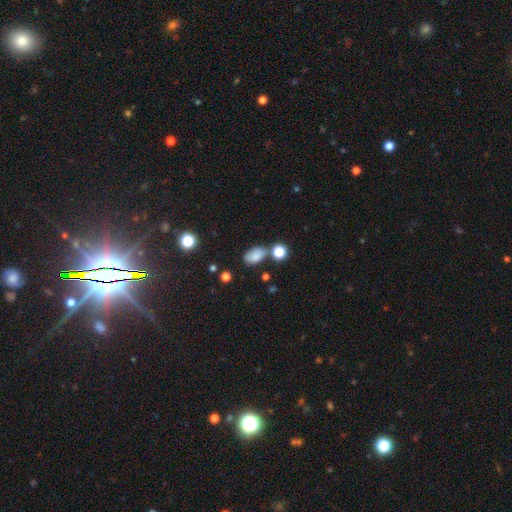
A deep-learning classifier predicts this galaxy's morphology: A smooth galaxy with no disk features (79%) that is in between round and cigar-shaped (87%). Merging: none (62%).